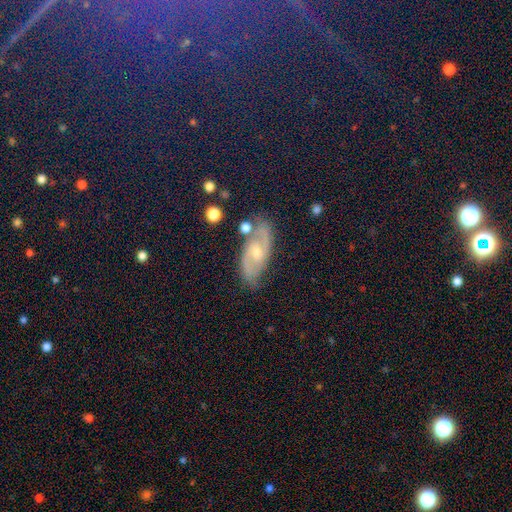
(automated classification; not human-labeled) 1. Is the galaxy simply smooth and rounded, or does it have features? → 52% featured or disk, 30% star or artifact, 18% smooth.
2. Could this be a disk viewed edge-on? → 91% no, 9% yes.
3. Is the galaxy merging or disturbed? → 81% none, 12% minor disturbance, 4% major disturbance, 2% merger.